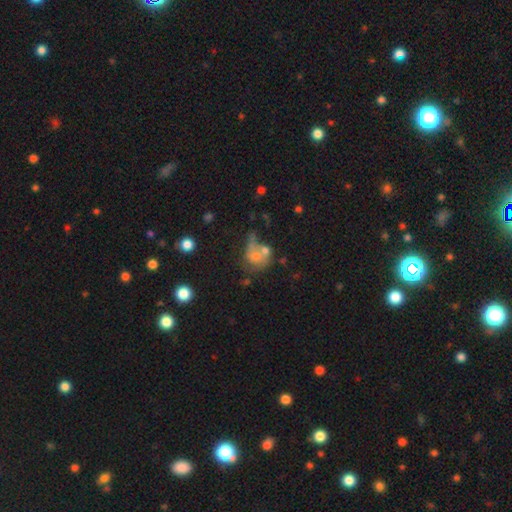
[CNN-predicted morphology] A smooth galaxy with no disk features (48%). Merging: merger (32%).